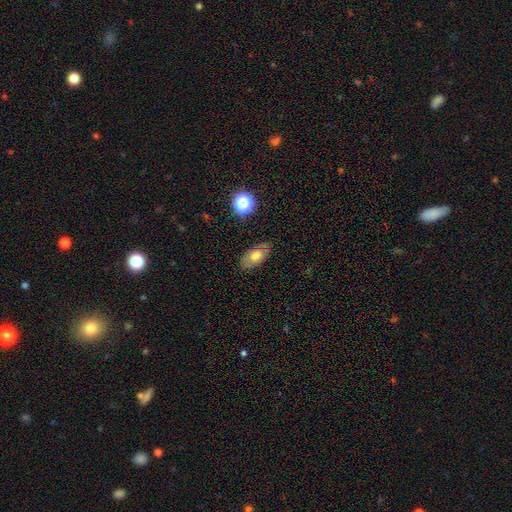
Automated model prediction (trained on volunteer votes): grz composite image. It shows a smooth galaxy with no disk features (61%) that is in between round and cigar-shaped (89%). Merging: none (79%).